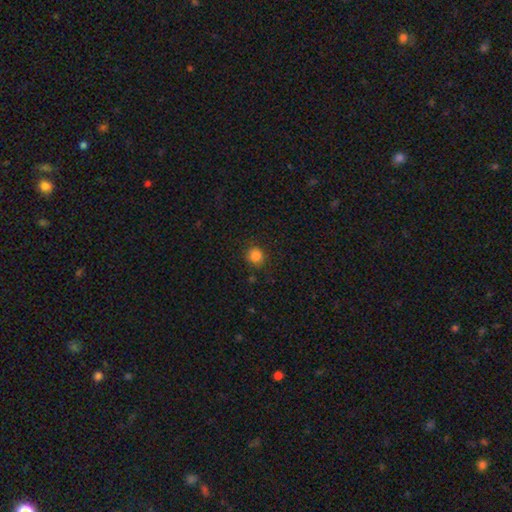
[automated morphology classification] Q: Smooth or featured?
A: smooth (84%); runner-up: star or artifact (12%)
Q: How rounded?
A: round (85%); runner-up: in between (15%)
Q: Merging?
A: none (84%); runner-up: minor disturbance (11%)